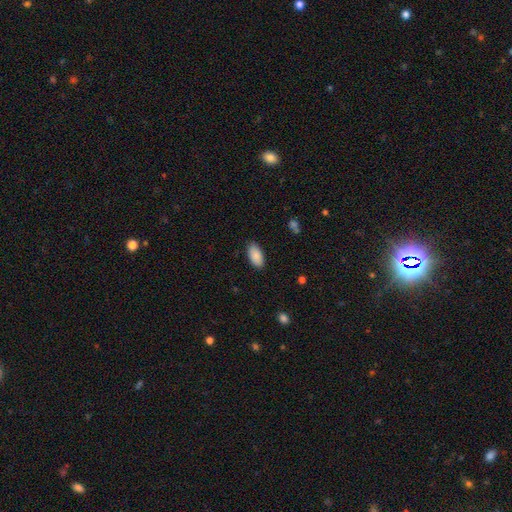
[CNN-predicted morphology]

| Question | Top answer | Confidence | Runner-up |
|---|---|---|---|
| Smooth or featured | smooth | 89% | star or artifact (6%) |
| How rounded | in between | 94% | cigar-shaped (4%) |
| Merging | none | 87% | minor disturbance (9%) |